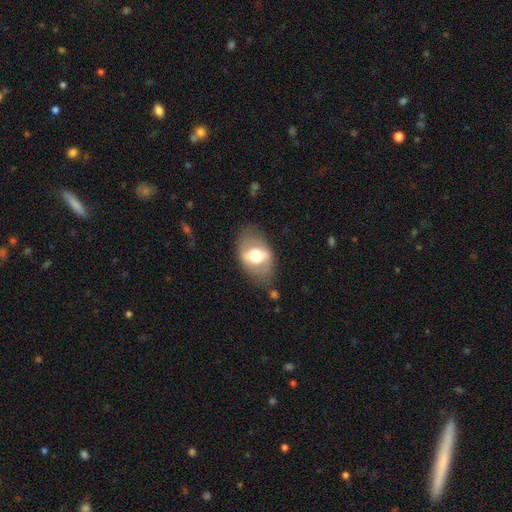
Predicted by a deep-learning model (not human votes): featured or disk 49%, smooth 44%, star or artifact 7%. Down the decision tree: merging — none (70%).